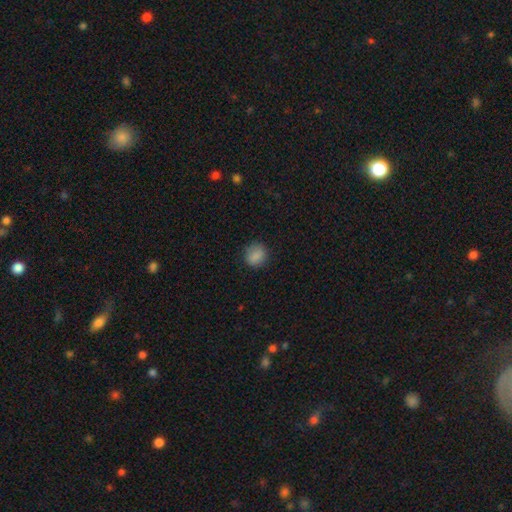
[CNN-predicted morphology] This appears to be a smooth galaxy with no disk features (85%) that is round (78%). Merging: none (83%).